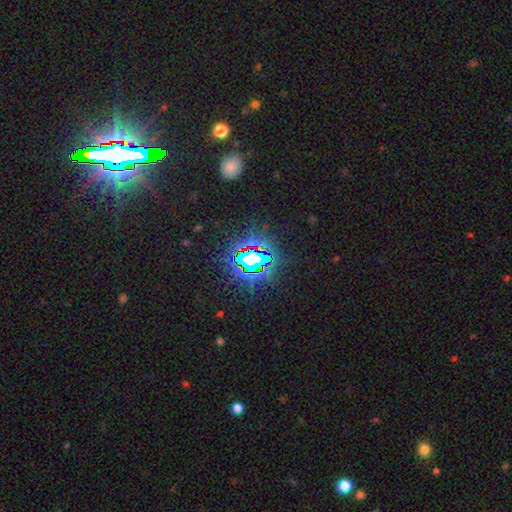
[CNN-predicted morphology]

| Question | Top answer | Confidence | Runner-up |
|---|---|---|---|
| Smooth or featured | star or artifact | 82% | smooth (10%) |